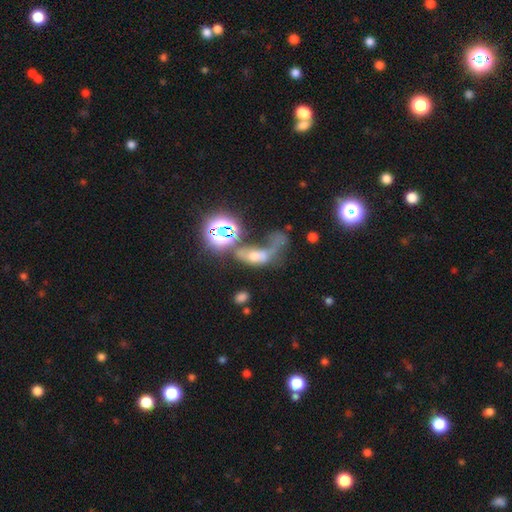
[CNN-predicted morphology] This appears to be a smooth galaxy with no disk features (42%). Merging: merger (41%).